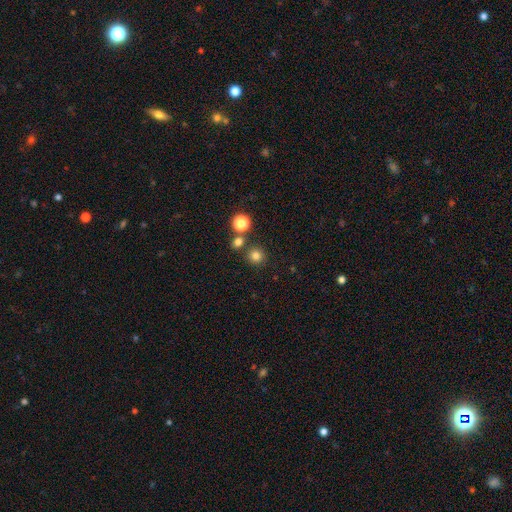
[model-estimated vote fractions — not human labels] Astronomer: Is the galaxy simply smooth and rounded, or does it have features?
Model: smooth — 78%.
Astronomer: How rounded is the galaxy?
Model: round — 93%.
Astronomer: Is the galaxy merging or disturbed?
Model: none — 81%.